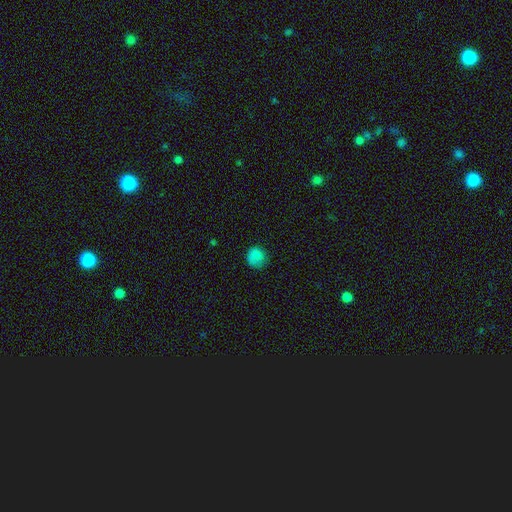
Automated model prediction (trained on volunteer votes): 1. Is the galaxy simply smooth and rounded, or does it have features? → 81% smooth, 13% star or artifact, 6% featured or disk.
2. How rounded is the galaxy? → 82% round, 17% in between, 1% cigar-shaped.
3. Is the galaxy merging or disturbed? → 69% none, 22% minor disturbance, 8% major disturbance, 2% merger.